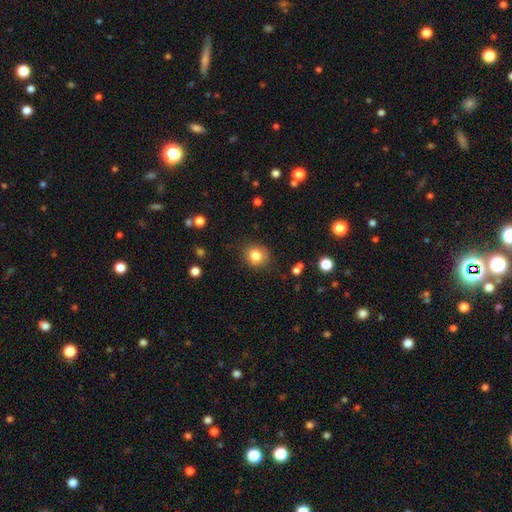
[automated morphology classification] smooth 82%, star or artifact 11%, featured or disk 7%. Down the decision tree: how rounded — round (78%); merging — none (83%).